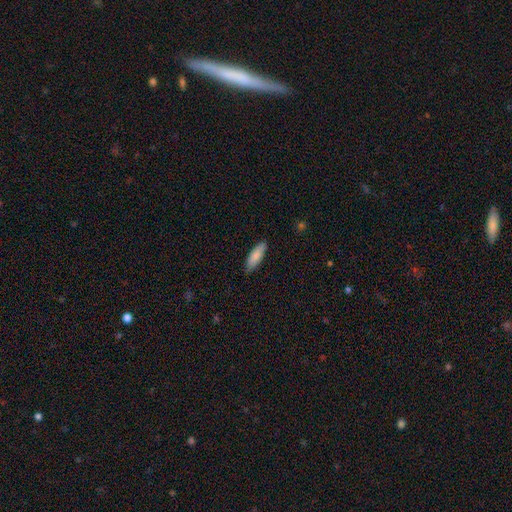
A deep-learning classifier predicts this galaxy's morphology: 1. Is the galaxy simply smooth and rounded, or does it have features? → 85% smooth, 9% featured or disk, 5% star or artifact.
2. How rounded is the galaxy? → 55% in between, 43% cigar-shaped, 1% round.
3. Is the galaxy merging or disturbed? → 85% none, 12% minor disturbance, 2% major disturbance, 1% merger.